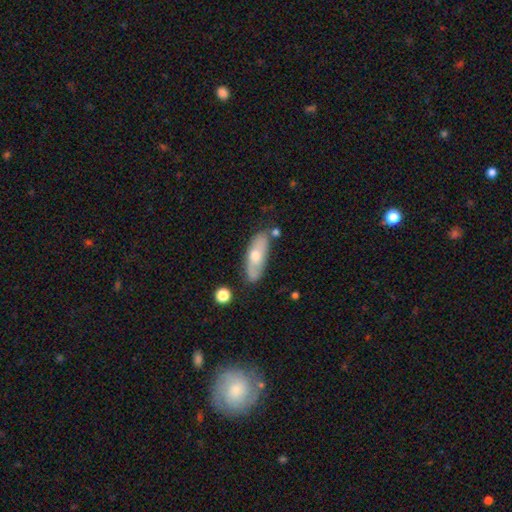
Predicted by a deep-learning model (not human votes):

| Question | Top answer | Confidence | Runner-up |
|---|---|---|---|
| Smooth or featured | smooth | 55% | featured or disk (38%) |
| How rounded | in between | 69% | cigar-shaped (28%) |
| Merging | none | 72% | minor disturbance (18%) |